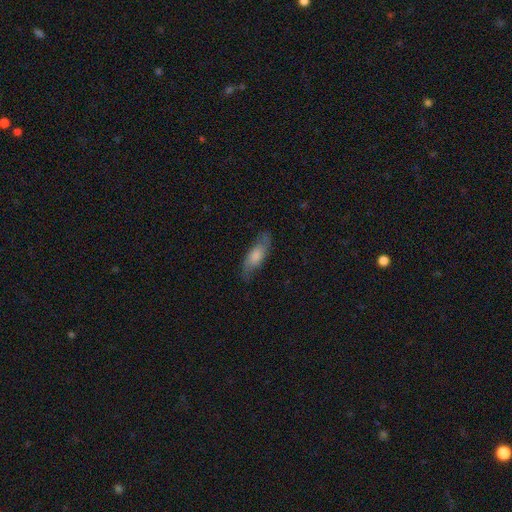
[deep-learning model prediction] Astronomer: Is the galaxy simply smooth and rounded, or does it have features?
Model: smooth — 61%.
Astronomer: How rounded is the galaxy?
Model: in between — 62%.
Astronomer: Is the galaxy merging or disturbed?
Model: none — 73%.